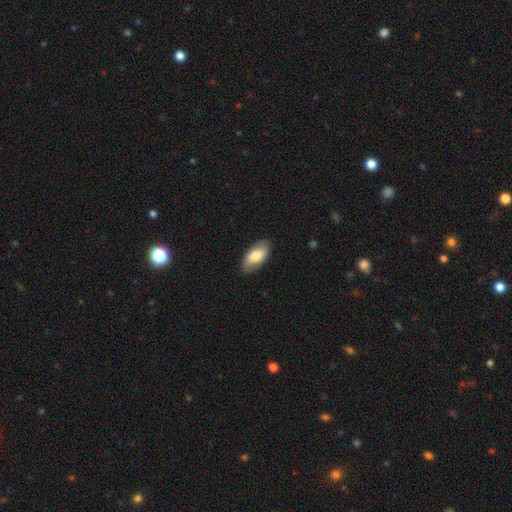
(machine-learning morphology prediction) A smooth galaxy with no disk features (73%) that is in between round and cigar-shaped (92%). Merging: none (85%).